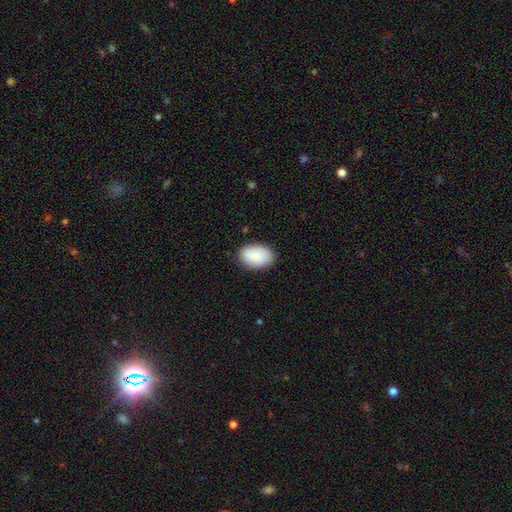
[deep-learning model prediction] smooth_or_featured: smooth (p=0.87) [alt: featured or disk p=0.07]
how_rounded: in between (p=0.91) [alt: round p=0.08]
merging: none (p=0.85) [alt: minor disturbance p=0.12]